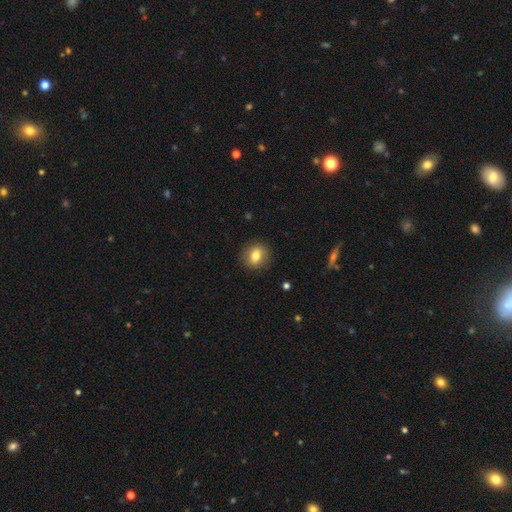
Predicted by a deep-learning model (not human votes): This is likely a smooth galaxy (77%). How rounded: likely round (73%). Merging: clearly none (88%).